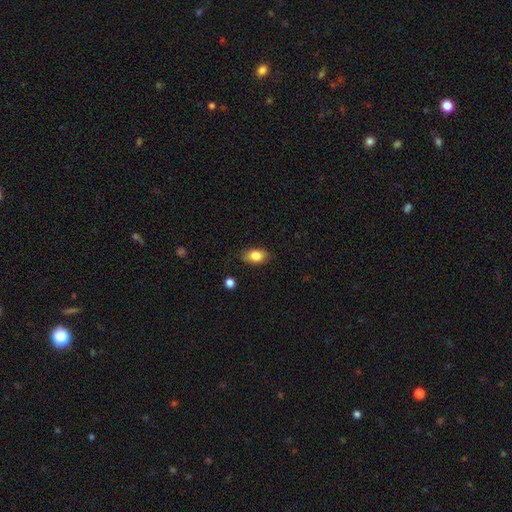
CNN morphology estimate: The model was most divided on "merging": none: 83%, minor disturbance: 13%, major disturbance: 3%, merger: 1%. More confident: how rounded — in between (85%); smooth or featured — smooth (82%).